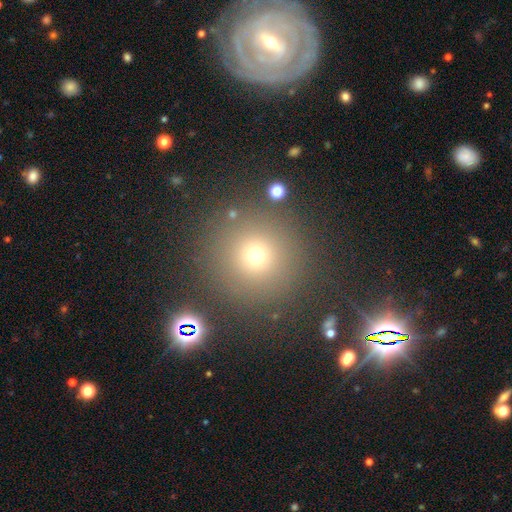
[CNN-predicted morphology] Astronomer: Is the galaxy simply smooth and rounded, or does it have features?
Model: smooth — 64%.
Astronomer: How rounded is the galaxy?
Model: round — 95%.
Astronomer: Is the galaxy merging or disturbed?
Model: none — 87%.